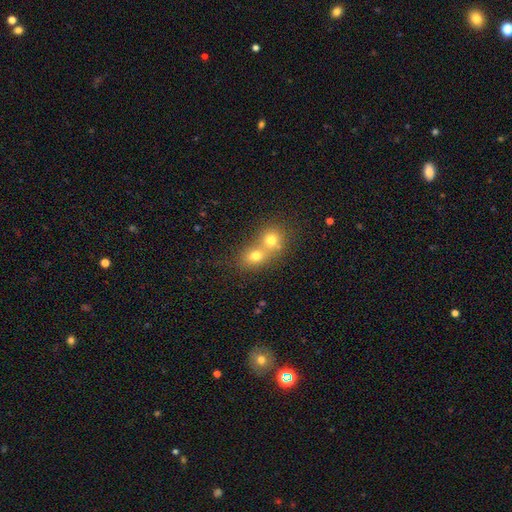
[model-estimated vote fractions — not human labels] Smooth or featured?
  - smooth: 71% *
  - featured or disk: 16%
  - star or artifact: 14%
How rounded?
  - round: 66% *
  - in between: 33%
  - cigar-shaped: 1%
Merging?
  - merger: 66% *
  - none: 27%
  - minor disturbance: 5%
  - major disturbance: 2%